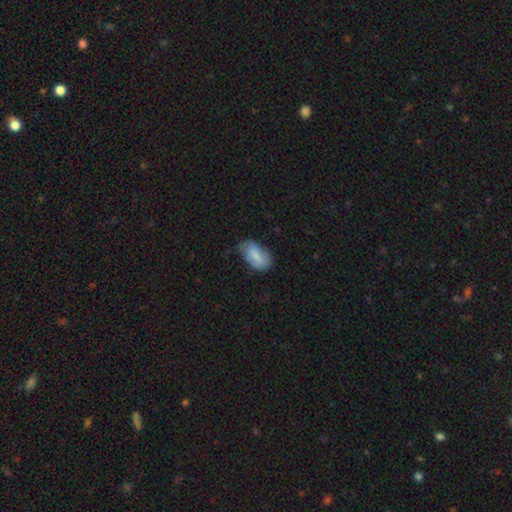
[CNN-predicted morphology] smooth 79%, featured or disk 14%, star or artifact 7%. Down the decision tree: how rounded — in between (94%); merging — none (57%).